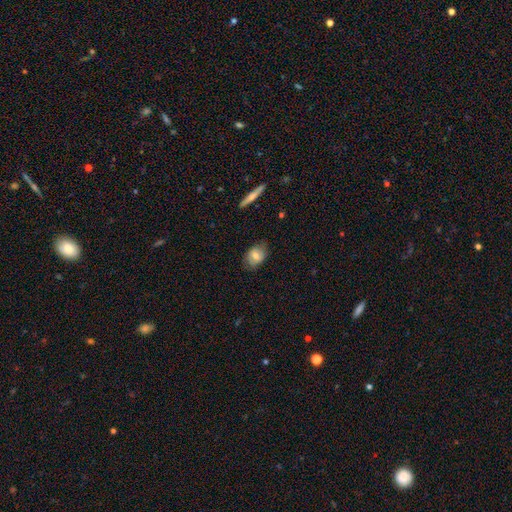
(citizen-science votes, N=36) Smooth or featured?
  - smooth: 53% *
  - featured or disk: 42%
  - star or artifact: 6%
How rounded?
  - in between: 63% *
  - round: 32%
  - cigar-shaped: 5%
Merging?
  - none: 74% *
  - minor disturbance: 15%
  - major disturbance: 12%
  - merger: 0%